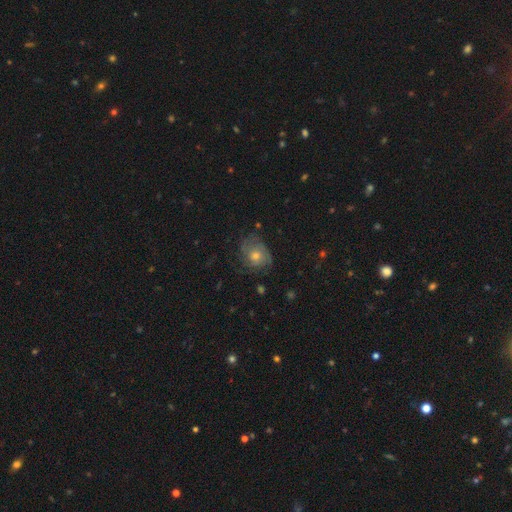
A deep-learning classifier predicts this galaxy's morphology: Smooth or featured? Predicted: featured or disk (p=0.54). Edge-on disk? Predicted: no (p=0.96). Bar? Predicted: no (p=0.83). Spiral arms? Predicted: yes (p=0.78). Bulge size? Predicted: moderate (p=0.61). Merging? Predicted: none (p=0.66).